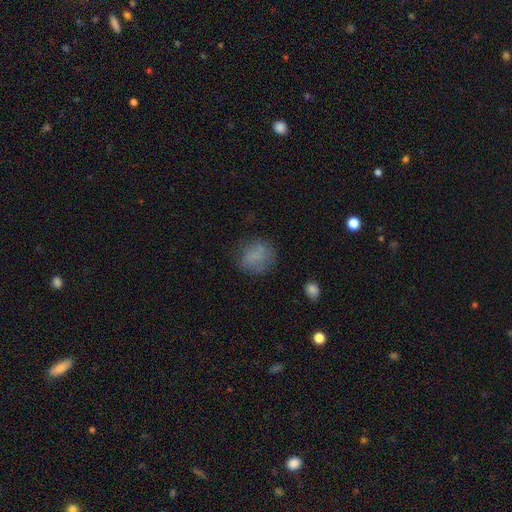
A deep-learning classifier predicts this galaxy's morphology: Smooth or featured: smooth — 74% (featured or disk — 14%)
How rounded: round — 66% (in between — 33%)
Merging: none — 68% (minor disturbance — 20%)